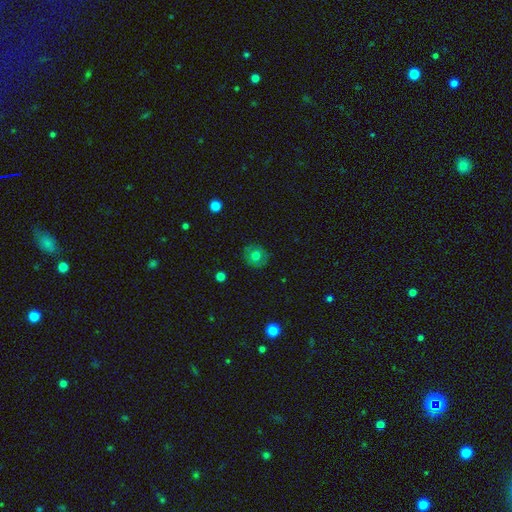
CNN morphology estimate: Smooth or featured? smooth (75%)
How rounded? round (87%)
Merging? none (85%)